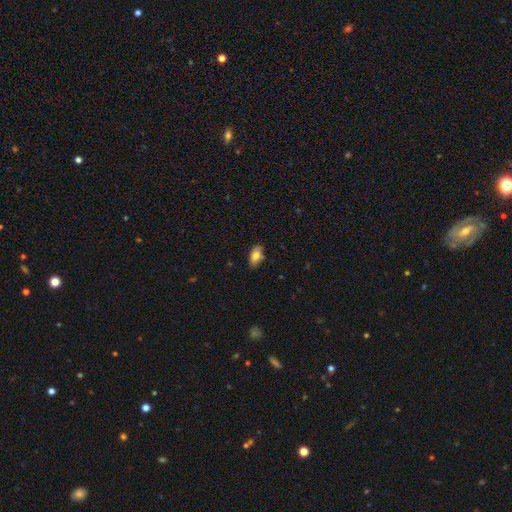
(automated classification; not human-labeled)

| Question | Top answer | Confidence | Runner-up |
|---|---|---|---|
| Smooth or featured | smooth | 82% | featured or disk (10%) |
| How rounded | in between | 89% | round (6%) |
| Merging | none | 83% | minor disturbance (14%) |